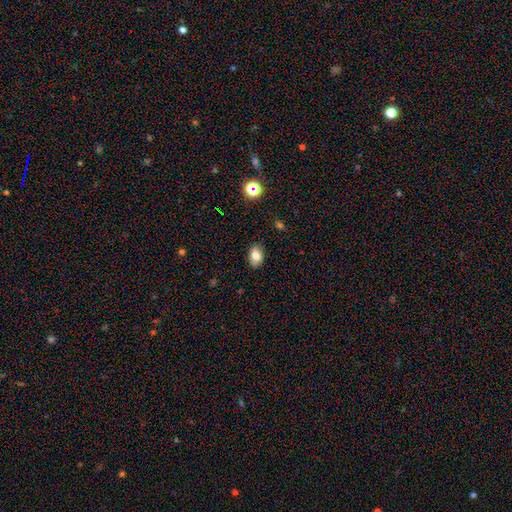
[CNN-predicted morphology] smooth-or-featured: smooth: 79% | featured or disk: 11% | star or artifact: 10%
  how-rounded: in between: 84% | round: 15% | cigar-shaped: 1%
  merging: none: 87% | minor disturbance: 10% | major disturbance: 2% | merger: 1%